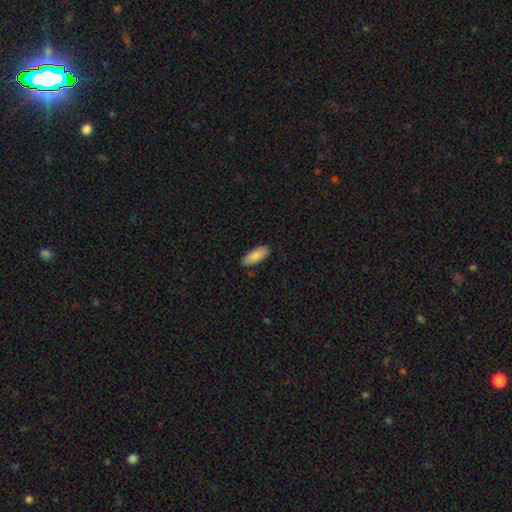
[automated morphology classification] Overall: smooth (88%). How rounded: in between (77%). Merging: none (84%).